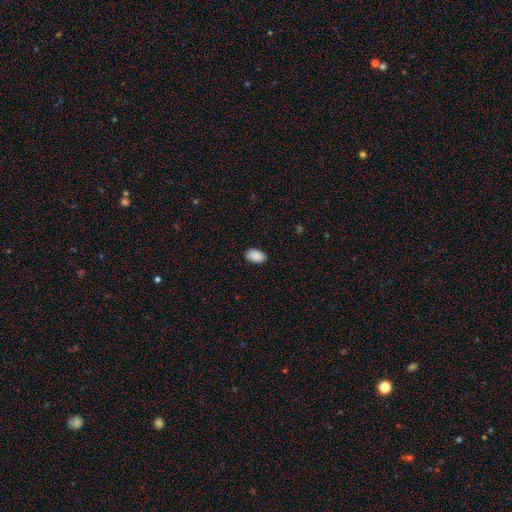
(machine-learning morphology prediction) This is clearly a smooth galaxy (90%). How rounded: clearly in between (93%). Merging: clearly none (88%).